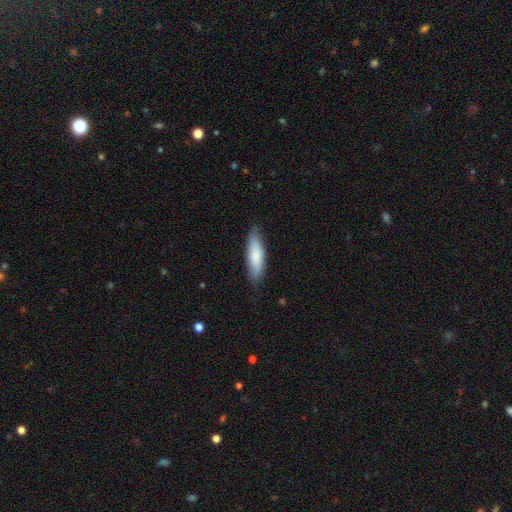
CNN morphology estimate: Smooth or featured?
  - smooth: 81% *
  - featured or disk: 14%
  - star or artifact: 5%
How rounded?
  - cigar-shaped: 51% *
  - in between: 48%
  - round: 2%
Merging?
  - none: 80% *
  - minor disturbance: 16%
  - major disturbance: 3%
  - merger: 1%